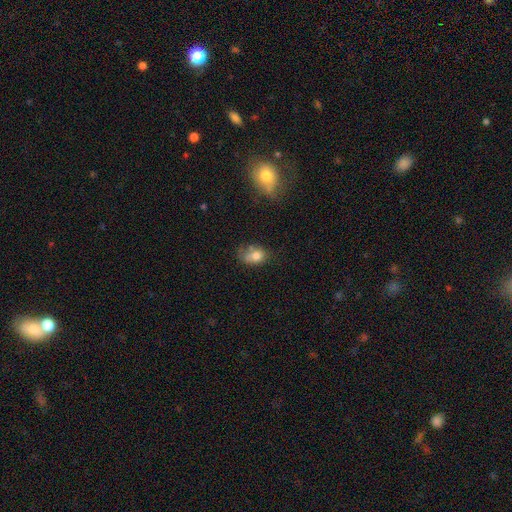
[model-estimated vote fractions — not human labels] Smooth or featured? Predicted: smooth (p=0.73). How rounded? Predicted: in between (p=0.71). Merging? Predicted: none (p=0.40).